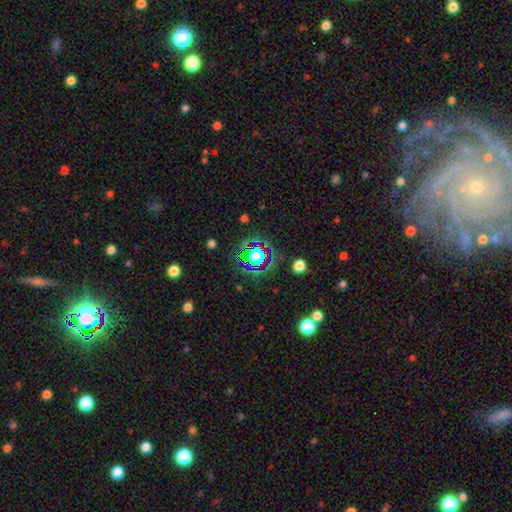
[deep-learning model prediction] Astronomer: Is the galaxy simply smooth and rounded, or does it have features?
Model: star or artifact — 55% (runner-up: smooth, 31%).